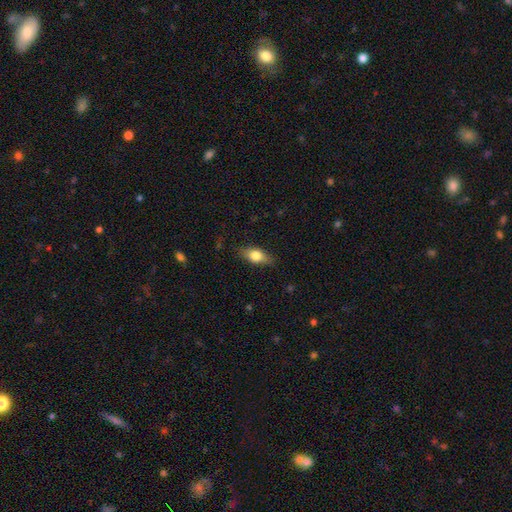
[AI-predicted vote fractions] Q: Smooth or featured?
A: smooth (72%); runner-up: featured or disk (21%)
Q: How rounded?
A: in between (79%); runner-up: cigar-shaped (14%)
Q: Merging?
A: none (80%); runner-up: minor disturbance (15%)